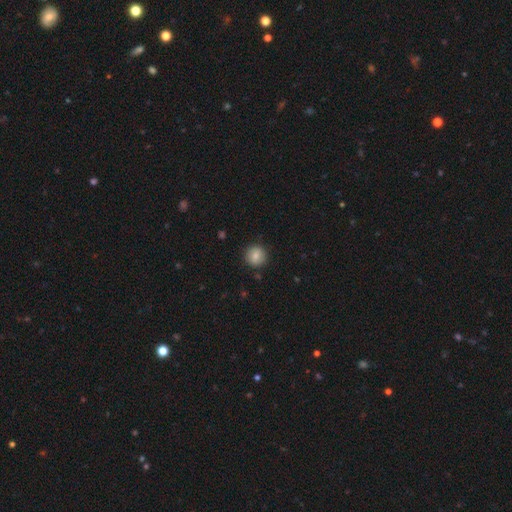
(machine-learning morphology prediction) This is clearly a smooth galaxy (83%). How rounded: clearly round (92%). Merging: clearly none (89%).